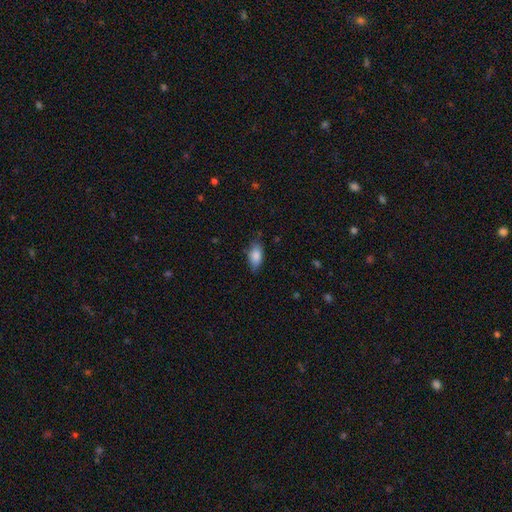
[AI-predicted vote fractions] Smooth or featured: smooth — 86% (featured or disk — 7%)
How rounded: in between — 90% (cigar-shaped — 7%)
Merging: none — 77% (minor disturbance — 18%)